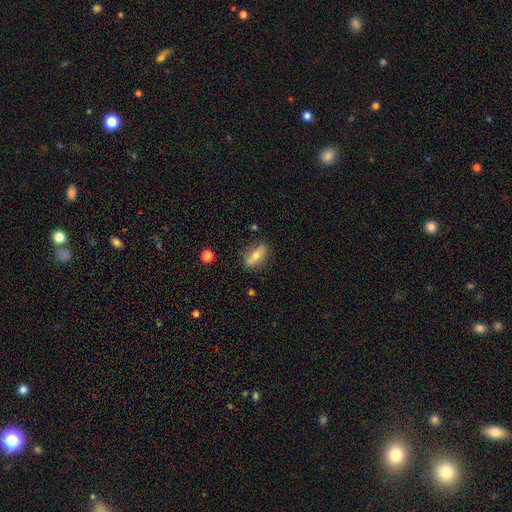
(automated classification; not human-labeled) smooth 61%, featured or disk 31%, star or artifact 8%. Down the decision tree: how rounded — in between (73%); merging — none (80%).